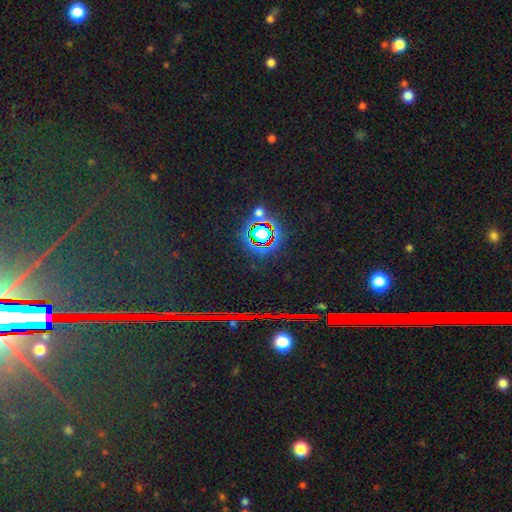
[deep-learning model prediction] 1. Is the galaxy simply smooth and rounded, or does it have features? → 83% star or artifact, 9% smooth, 8% featured or disk.